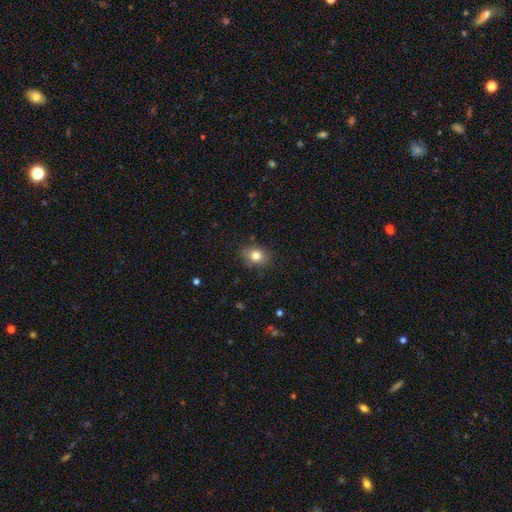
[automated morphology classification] smooth 81%, star or artifact 10%, featured or disk 9%. Down the decision tree: how rounded — in between (52%); merging — none (82%).